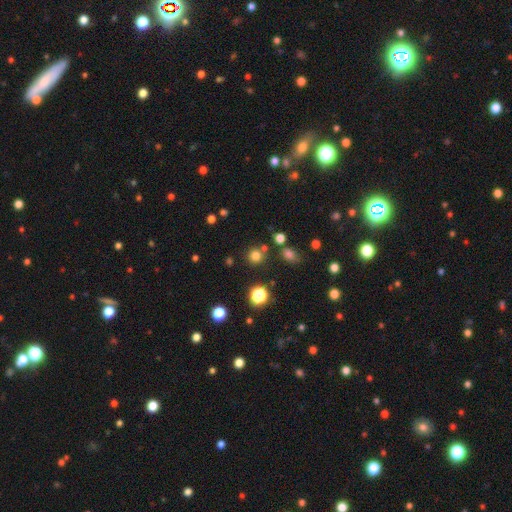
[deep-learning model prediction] Smooth or featured?
  - smooth: 75% *
  - star or artifact: 20%
  - featured or disk: 6%
How rounded?
  - round: 91% *
  - in between: 8%
  - cigar-shaped: 1%
Merging?
  - none: 81% *
  - minor disturbance: 8%
  - merger: 8%
  - major disturbance: 3%